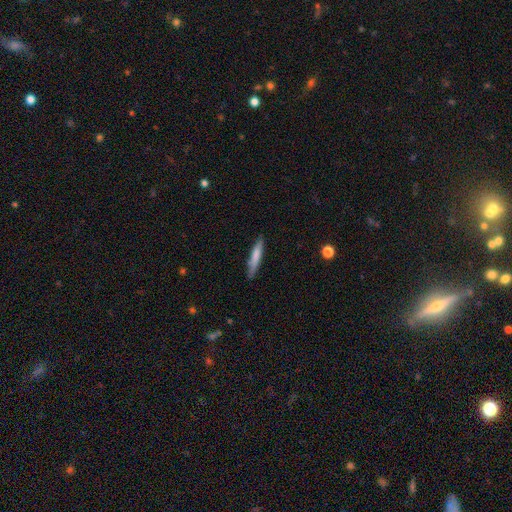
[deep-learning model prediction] Smooth or featured?
  - smooth: 70% *
  - featured or disk: 24%
  - star or artifact: 6%
How rounded?
  - cigar-shaped: 91% *
  - in between: 8%
  - round: 1%
Merging?
  - none: 79% *
  - minor disturbance: 17%
  - major disturbance: 3%
  - merger: 2%